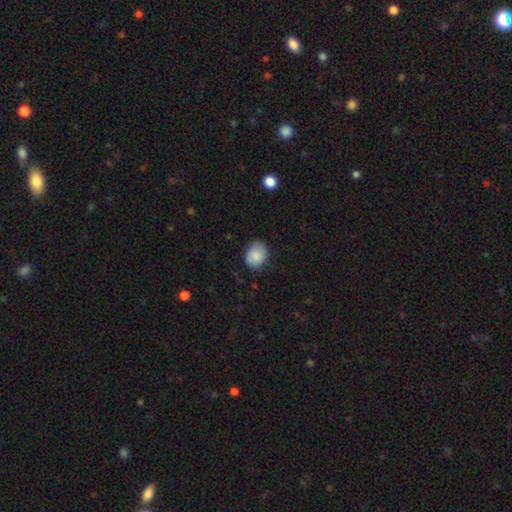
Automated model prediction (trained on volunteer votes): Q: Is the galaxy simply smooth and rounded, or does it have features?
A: smooth — 87%.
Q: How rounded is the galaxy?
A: round — 52%.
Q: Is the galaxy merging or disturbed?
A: none — 78%.